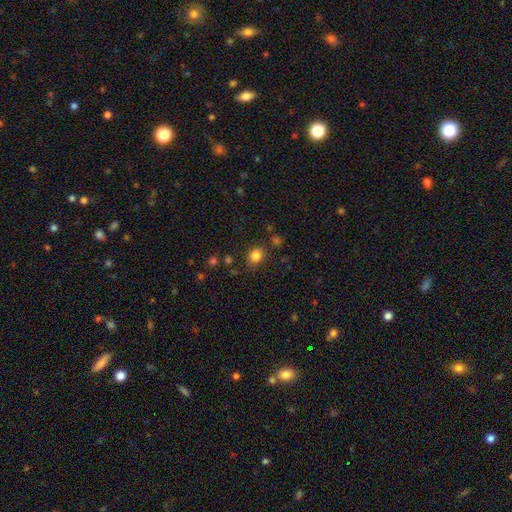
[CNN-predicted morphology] Smooth or featured?
  - smooth: 82% *
  - star or artifact: 12%
  - featured or disk: 5%
How rounded?
  - round: 68% *
  - in between: 31%
  - cigar-shaped: 1%
Merging?
  - none: 78% *
  - minor disturbance: 14%
  - major disturbance: 4%
  - merger: 4%